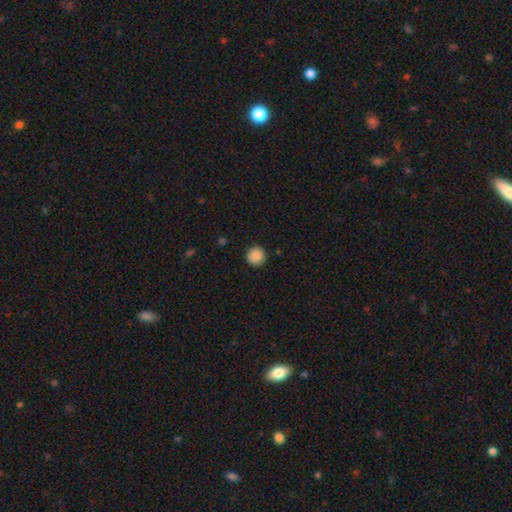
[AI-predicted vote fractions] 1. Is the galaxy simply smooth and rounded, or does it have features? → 88% smooth, 9% star or artifact, 3% featured or disk.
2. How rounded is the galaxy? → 96% round, 4% in between, 1% cigar-shaped.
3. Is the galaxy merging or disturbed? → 91% none, 6% minor disturbance, 2% major disturbance, 1% merger.